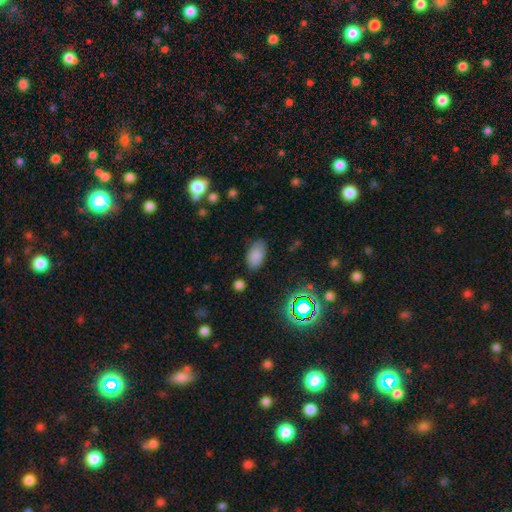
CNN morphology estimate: Overall: smooth (81%). How rounded: in between (93%). Merging: none (81%).